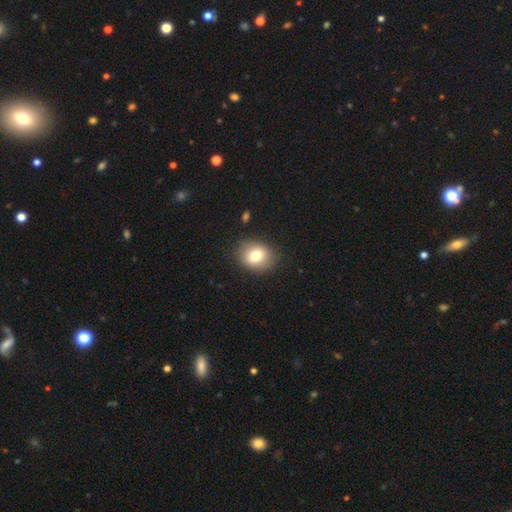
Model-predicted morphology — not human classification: The model was most divided on "how rounded": in between: 51%, round: 48%, cigar-shaped: 1%. More confident: merging — none (86%); smooth or featured — smooth (76%).